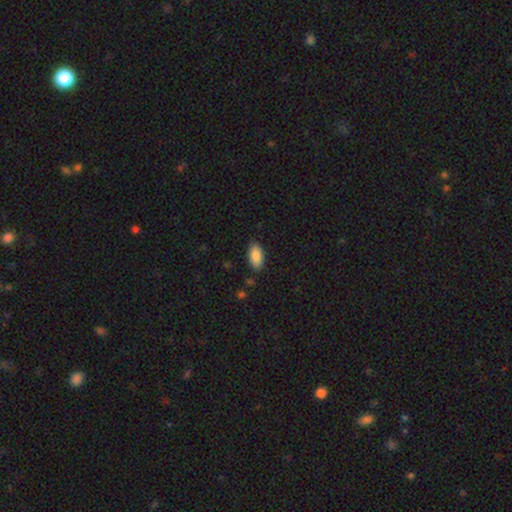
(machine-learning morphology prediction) Smooth or featured? Predicted: smooth (p=0.88). How rounded? Predicted: in between (p=0.93). Merging? Predicted: none (p=0.86).